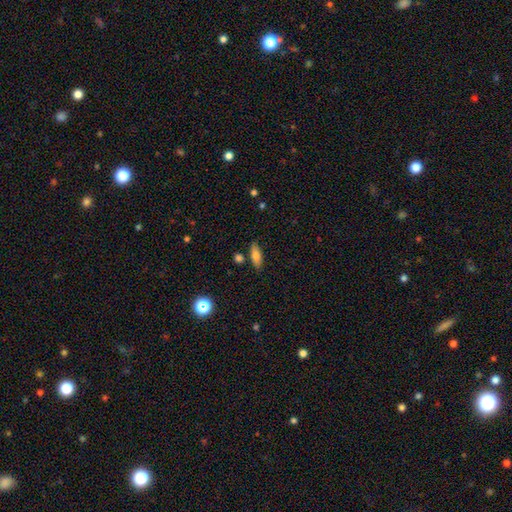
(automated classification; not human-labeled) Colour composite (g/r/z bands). It shows a smooth galaxy with no disk features (76%) that is in between round and cigar-shaped (71%). Merging: none (81%).